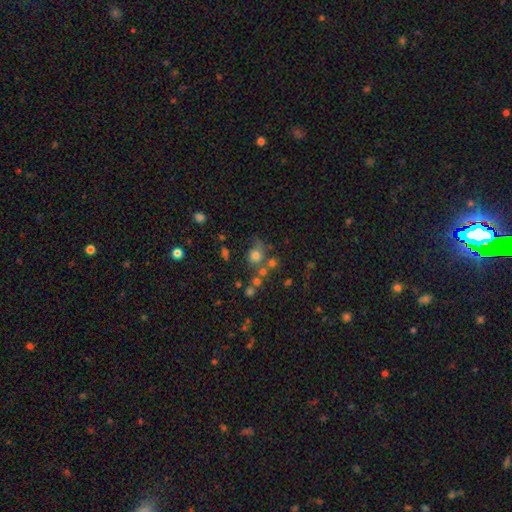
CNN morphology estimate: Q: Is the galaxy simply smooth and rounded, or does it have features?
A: smooth — 67%.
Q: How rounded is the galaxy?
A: round — 79%.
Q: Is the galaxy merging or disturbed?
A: none — 50%.